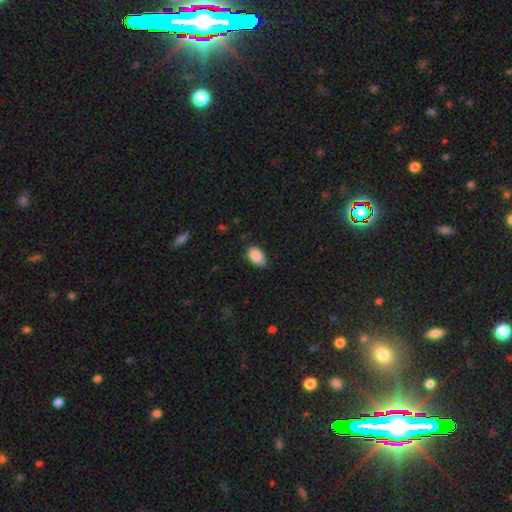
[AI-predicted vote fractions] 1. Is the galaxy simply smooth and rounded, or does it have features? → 87% smooth, 7% star or artifact, 5% featured or disk.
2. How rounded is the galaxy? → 92% in between, 6% round, 2% cigar-shaped.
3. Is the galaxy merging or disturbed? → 67% none, 27% minor disturbance, 4% major disturbance, 1% merger.